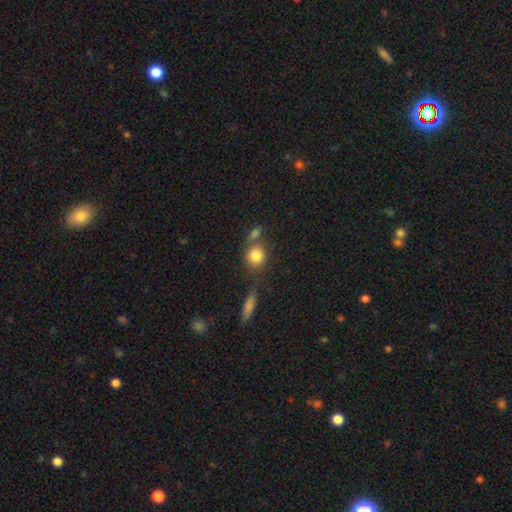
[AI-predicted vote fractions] A smooth galaxy with no disk features (82%) that is round (74%).

Vote fractions:
- Smooth or featured? smooth: 82% / star or artifact: 10% / featured or disk: 8%
- How rounded? round: 74% / in between: 24% / cigar-shaped: 2%
- Merging? none: 58% / merger: 25% / minor disturbance: 12% / major disturbance: 5%